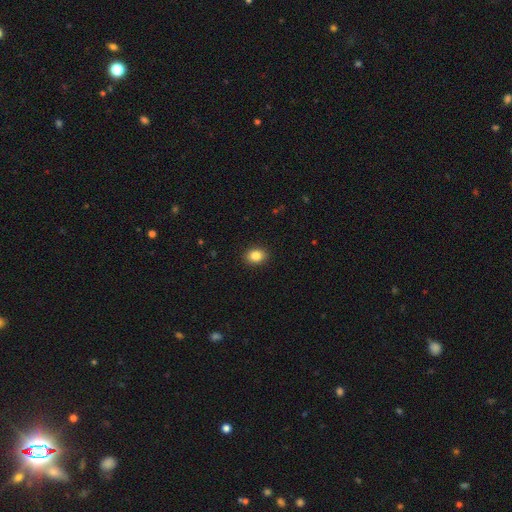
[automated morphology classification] Smooth or featured?
  - smooth: 85% *
  - star or artifact: 10%
  - featured or disk: 5%
How rounded?
  - round: 51% *
  - in between: 48%
  - cigar-shaped: 1%
Merging?
  - none: 91% *
  - minor disturbance: 6%
  - major disturbance: 2%
  - merger: 1%